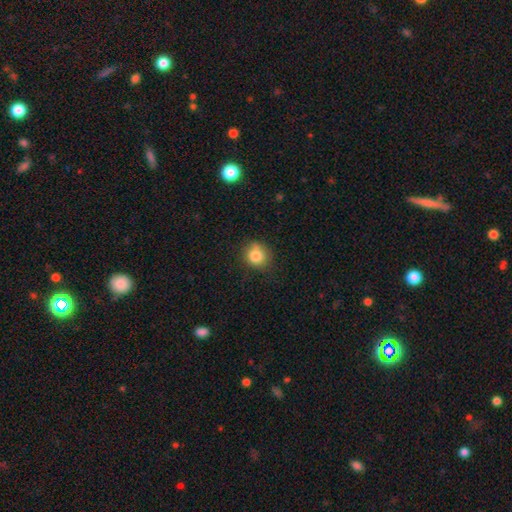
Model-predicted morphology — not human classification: Smooth or featured? smooth (83%)
How rounded? round (82%)
Merging? none (75%)